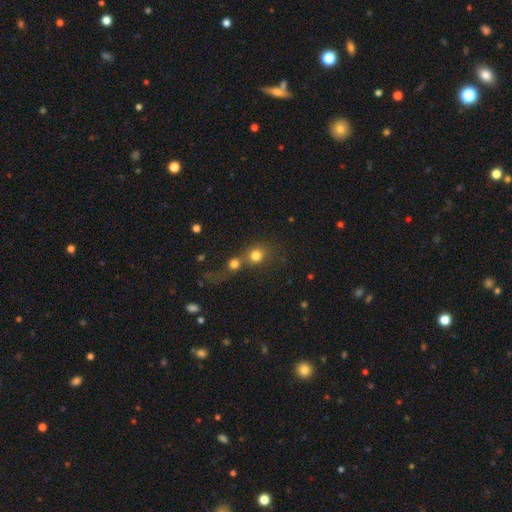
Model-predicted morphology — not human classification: smooth-or-featured: smooth: 77% | star or artifact: 13% | featured or disk: 10%
  how-rounded: round: 85% | in between: 14% | cigar-shaped: 1%
  merging: merger: 54% | none: 33% | major disturbance: 7% | minor disturbance: 6%